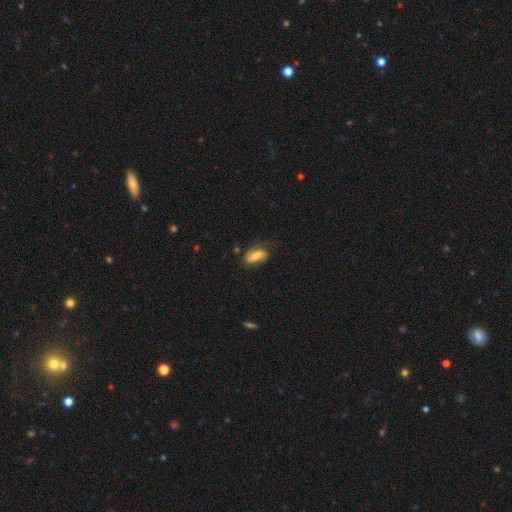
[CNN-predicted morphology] A smooth galaxy with no disk features (57%) that is in between round and cigar-shaped (85%).

Vote fractions:
- Smooth or featured? smooth: 57% / featured or disk: 35% / star or artifact: 8%
- How rounded? in between: 85% / cigar-shaped: 11% / round: 5%
- Merging? none: 63% / minor disturbance: 26% / major disturbance: 9% / merger: 2%